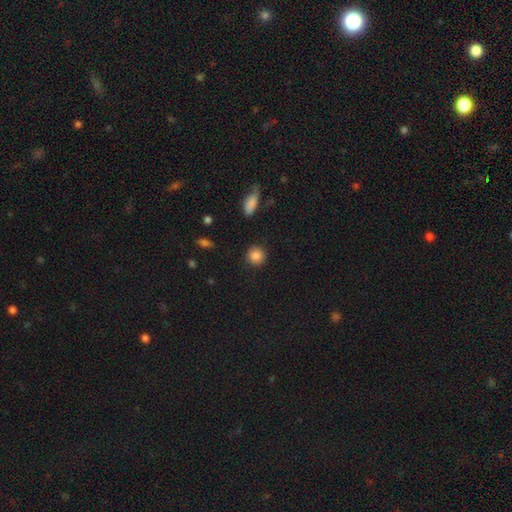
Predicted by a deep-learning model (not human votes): Smooth or featured? Predicted: smooth (p=0.86). How rounded? Predicted: round (p=0.90). Merging? Predicted: none (p=0.88).